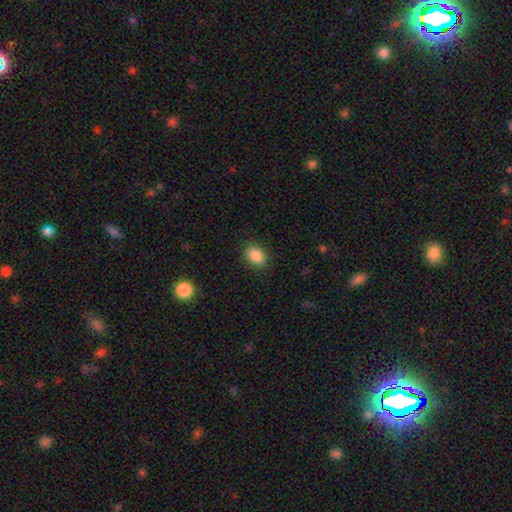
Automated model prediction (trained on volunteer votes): A smooth galaxy with no disk features (87%) that is in between round and cigar-shaped (79%).

Vote fractions:
- Smooth or featured? smooth: 87% / star or artifact: 8% / featured or disk: 5%
- How rounded? in between: 79% / round: 20% / cigar-shaped: 1%
- Merging? none: 87% / minor disturbance: 9% / major disturbance: 3% / merger: 1%